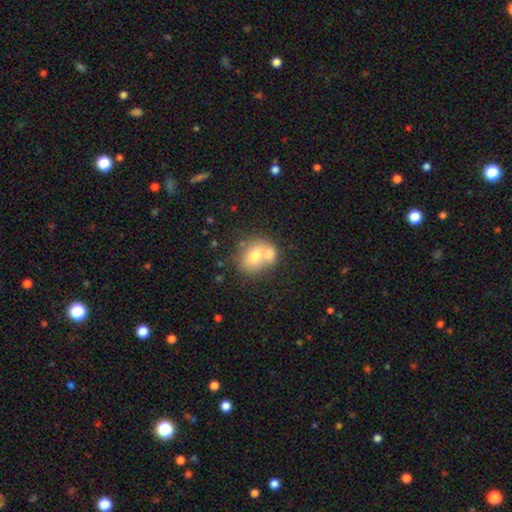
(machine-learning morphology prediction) This appears to be a smooth galaxy with no disk features (68%) that is round (55%). Merging: merger (51%).